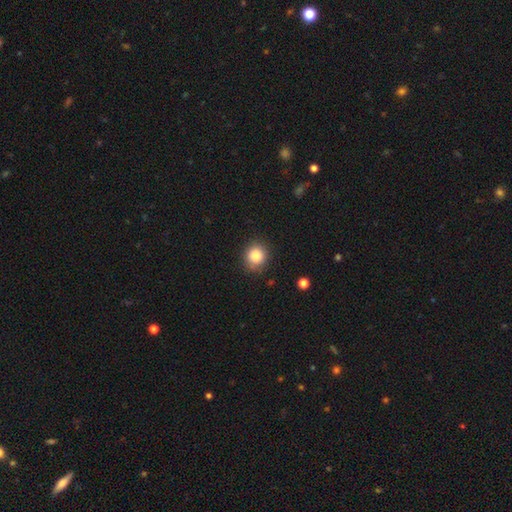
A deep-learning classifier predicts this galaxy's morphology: Overall: smooth (86%). How rounded: round (83%). Merging: none (83%).